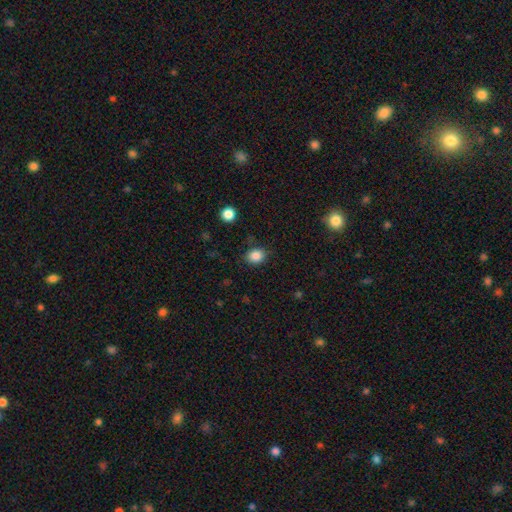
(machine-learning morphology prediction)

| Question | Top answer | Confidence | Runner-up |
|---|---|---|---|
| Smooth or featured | smooth | 86% | star or artifact (10%) |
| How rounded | round | 59% | in between (41%) |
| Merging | none | 83% | minor disturbance (12%) |